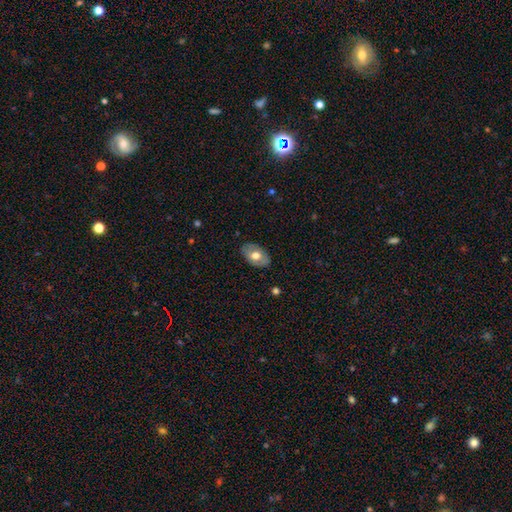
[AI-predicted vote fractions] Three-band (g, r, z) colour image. It shows a smooth galaxy with no disk features (60%) that is in between round and cigar-shaped (90%). Merging: none (83%).